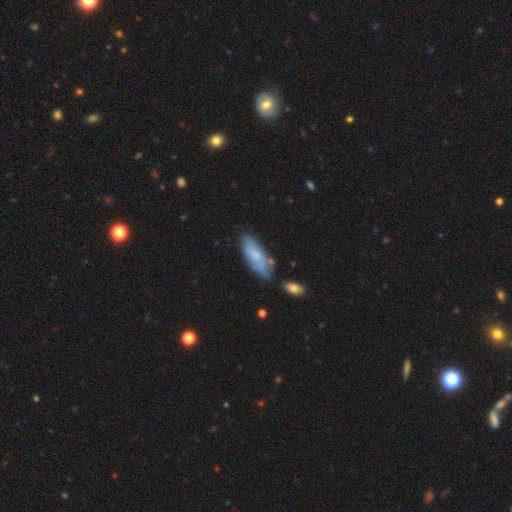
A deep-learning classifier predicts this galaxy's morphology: A smooth galaxy with no disk features (51%) that is in between round and cigar-shaped (76%). Merging: none (62%).